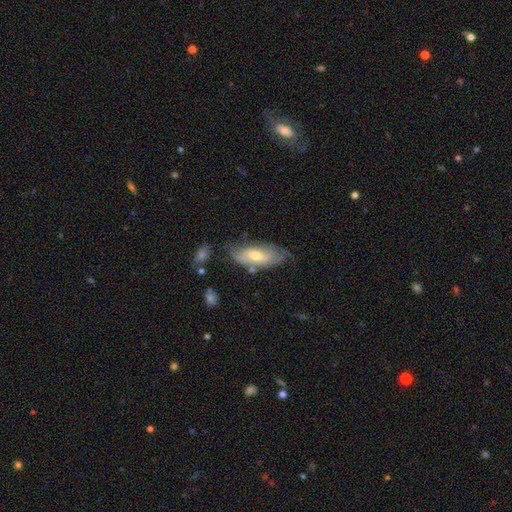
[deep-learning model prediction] A featured or disk galaxy (51%). Merging: none (56%).